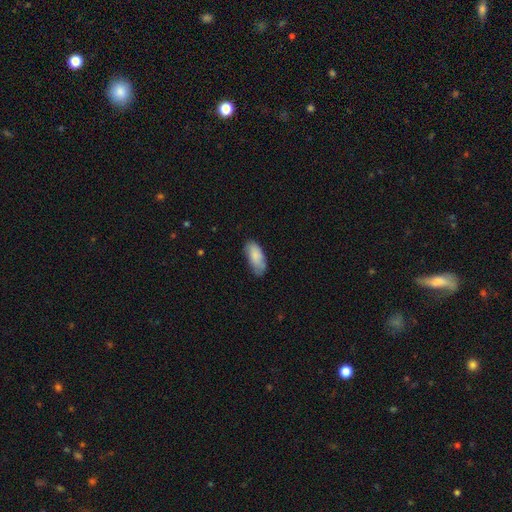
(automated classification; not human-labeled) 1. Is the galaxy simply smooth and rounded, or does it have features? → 83% smooth, 11% featured or disk, 6% star or artifact.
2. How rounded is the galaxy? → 87% in between, 11% cigar-shaped, 2% round.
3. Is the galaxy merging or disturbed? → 63% none, 29% minor disturbance, 6% major disturbance, 2% merger.